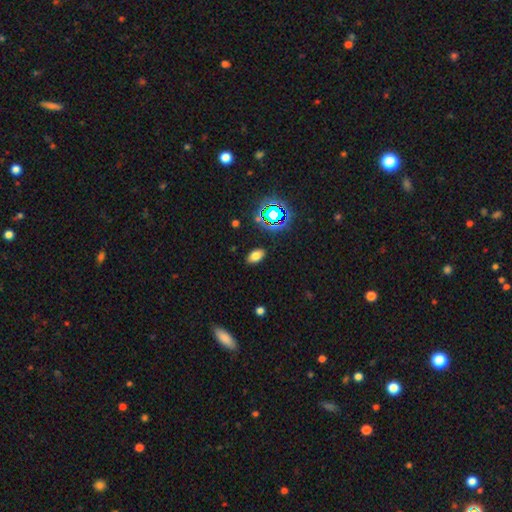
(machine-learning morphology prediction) Smooth or featured: smooth — 70% (star or artifact — 21%)
How rounded: in between — 91% (round — 7%)
Merging: none — 88% (minor disturbance — 8%)